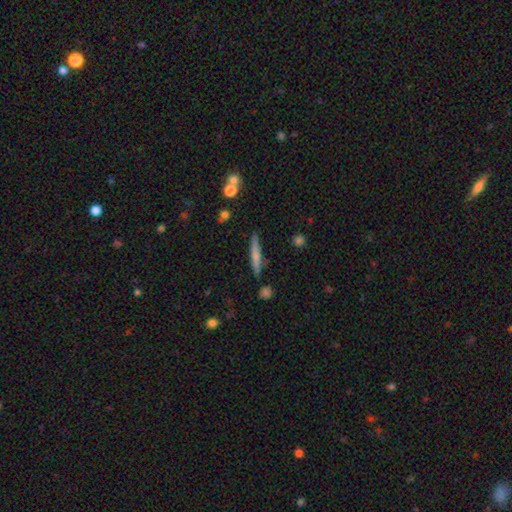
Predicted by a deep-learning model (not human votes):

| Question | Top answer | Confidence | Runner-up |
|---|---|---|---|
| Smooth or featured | smooth | 60% | featured or disk (33%) |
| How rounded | cigar-shaped | 93% | in between (5%) |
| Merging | none | 84% | minor disturbance (10%) |